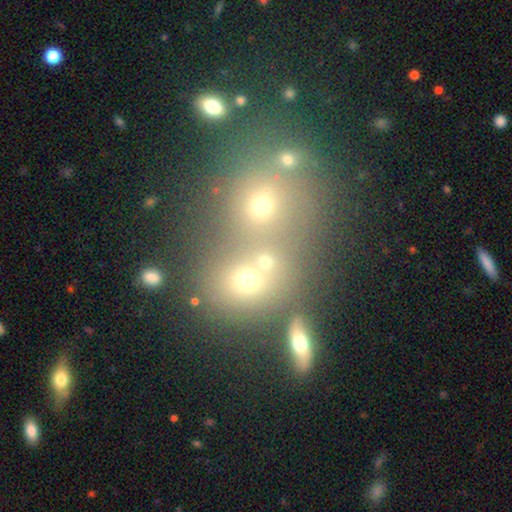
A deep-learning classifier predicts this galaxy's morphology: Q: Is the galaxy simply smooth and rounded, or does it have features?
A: smooth — 43%.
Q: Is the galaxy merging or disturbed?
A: merger — 54%.